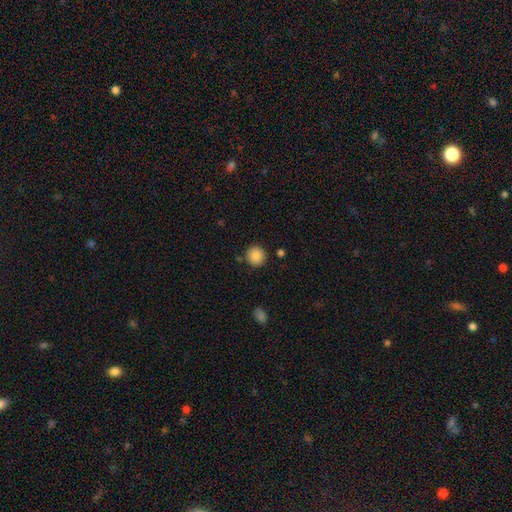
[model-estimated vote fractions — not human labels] Q: Smooth or featured?
A: smooth (87%); runner-up: star or artifact (9%)
Q: How rounded?
A: round (94%); runner-up: in between (5%)
Q: Merging?
A: none (87%); runner-up: minor disturbance (8%)